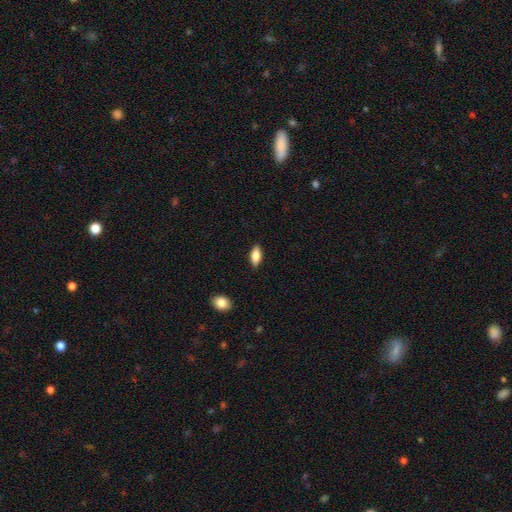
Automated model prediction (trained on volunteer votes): Smooth or featured? Predicted: smooth (p=0.79). How rounded? Predicted: in between (p=0.80). Merging? Predicted: none (p=0.88).